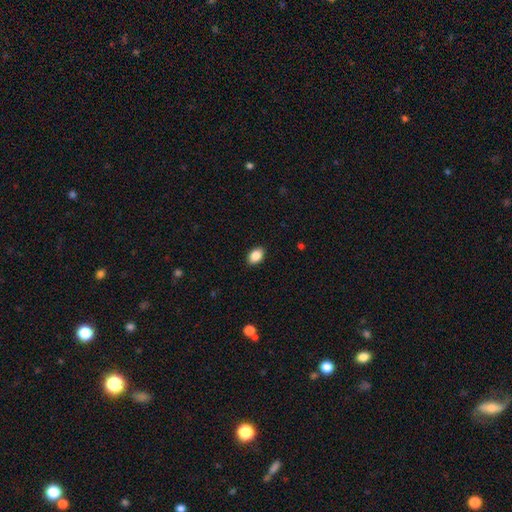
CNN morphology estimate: Q: Smooth or featured?
A: smooth (87%); runner-up: star or artifact (8%)
Q: How rounded?
A: in between (83%); runner-up: round (16%)
Q: Merging?
A: none (89%); runner-up: minor disturbance (8%)